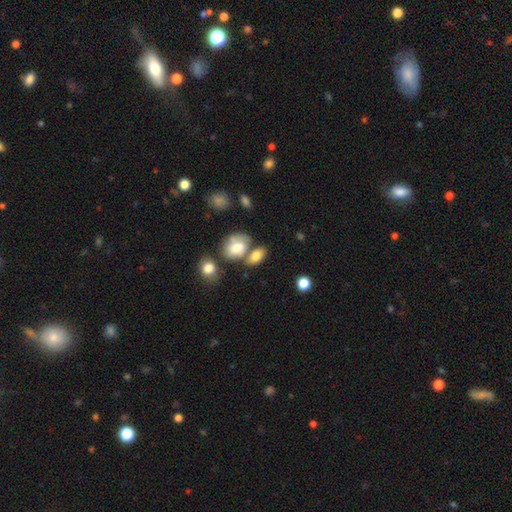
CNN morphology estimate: smooth 76%, featured or disk 15%, star or artifact 9%. Down the decision tree: how rounded — in between (85%); merging — none (47%).